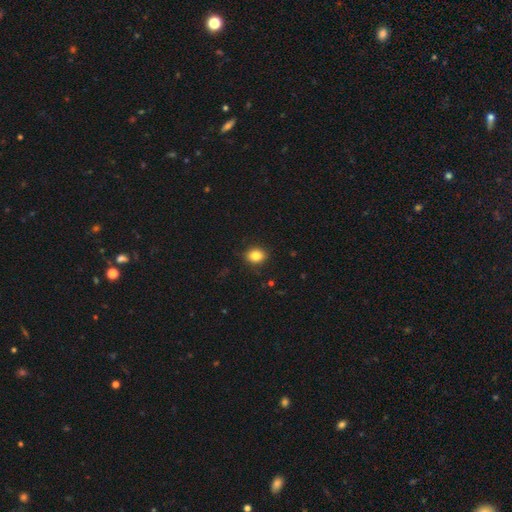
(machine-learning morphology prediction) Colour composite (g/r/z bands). It shows a smooth galaxy with no disk features (84%) that is in between round and cigar-shaped (52%). Merging: none (88%).